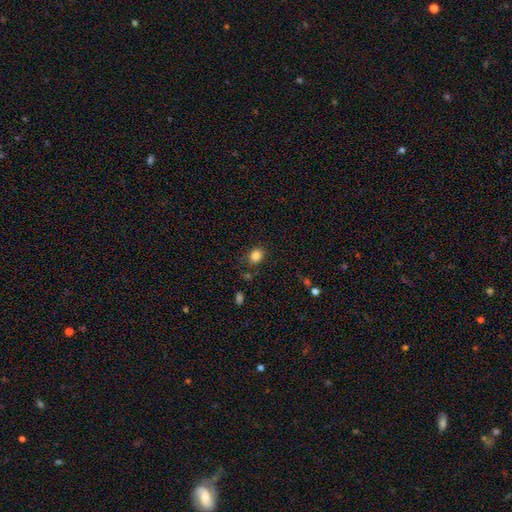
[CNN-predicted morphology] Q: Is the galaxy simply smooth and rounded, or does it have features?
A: smooth — 84%.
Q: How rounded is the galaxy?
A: round — 54%.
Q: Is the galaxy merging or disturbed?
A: none — 79%.